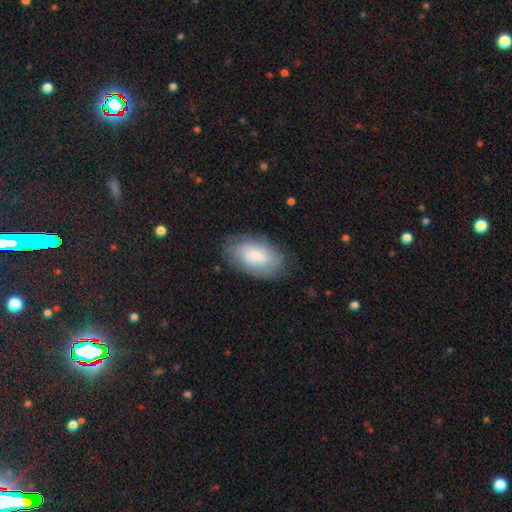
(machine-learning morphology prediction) This is likely a smooth galaxy (68%). How rounded: clearly in between (94%). Merging: likely none (76%).